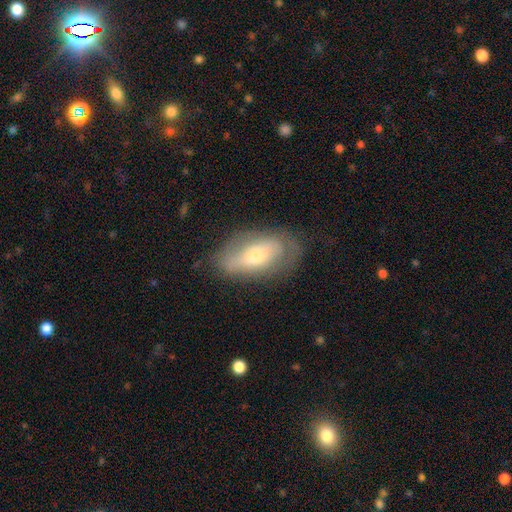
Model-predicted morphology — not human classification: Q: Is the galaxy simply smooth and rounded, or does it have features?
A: smooth — 48%.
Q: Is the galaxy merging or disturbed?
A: none — 65%.